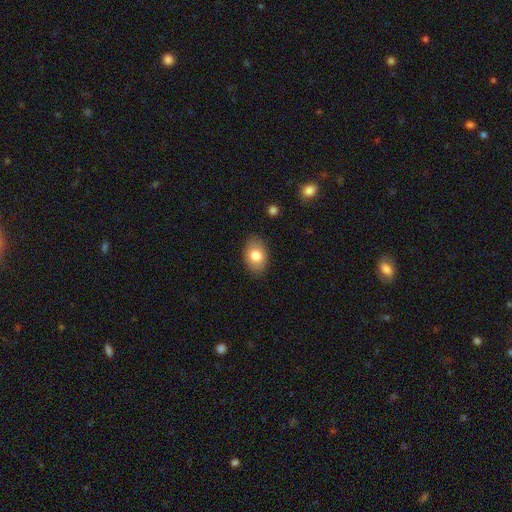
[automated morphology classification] A smooth galaxy with no disk features (79%) that is in between round and cigar-shaped (82%). Merging: none (84%).